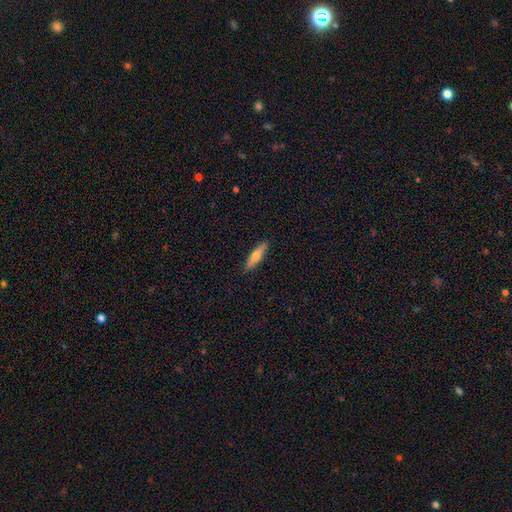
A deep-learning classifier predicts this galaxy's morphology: smooth 54%, featured or disk 40%, star or artifact 6%. Down the decision tree: how rounded — cigar-shaped (81%); merging — none (89%).